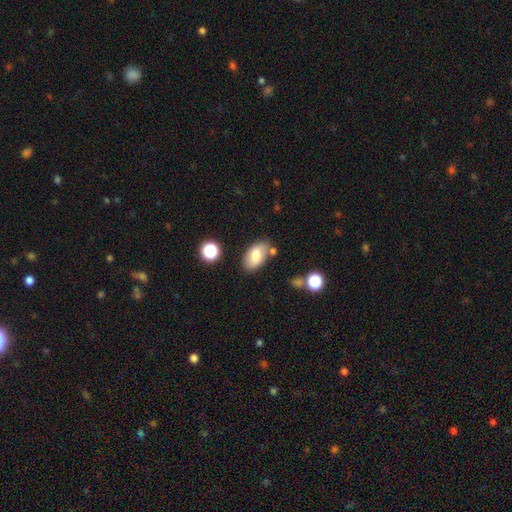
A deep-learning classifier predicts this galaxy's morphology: smooth_or_featured: smooth (p=0.73) [alt: featured or disk p=0.19]
how_rounded: in between (p=0.93) [alt: round p=0.05]
merging: none (p=0.71) [alt: minor disturbance p=0.17]